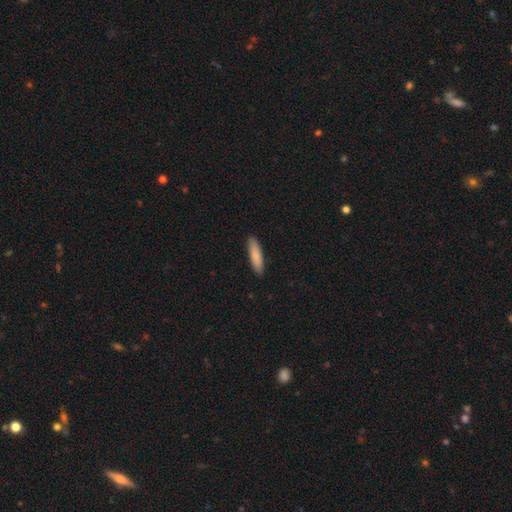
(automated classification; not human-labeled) Q: Smooth or featured?
A: smooth (86%); runner-up: featured or disk (8%)
Q: How rounded?
A: cigar-shaped (77%); runner-up: in between (22%)
Q: Merging?
A: none (90%); runner-up: minor disturbance (8%)